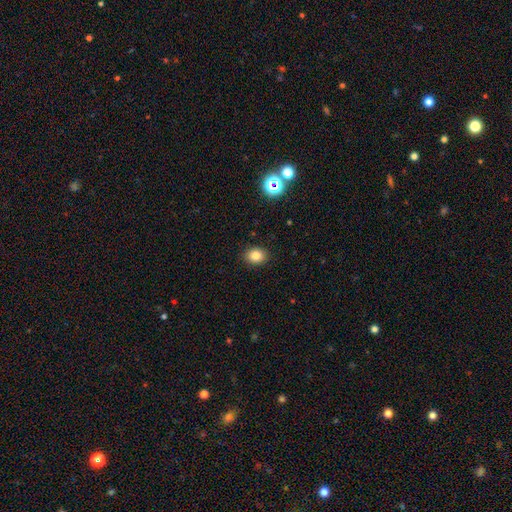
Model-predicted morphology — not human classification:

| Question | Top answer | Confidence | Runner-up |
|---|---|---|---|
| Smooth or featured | smooth | 82% | star or artifact (12%) |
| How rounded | in between | 53% | round (46%) |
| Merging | none | 90% | minor disturbance (7%) |